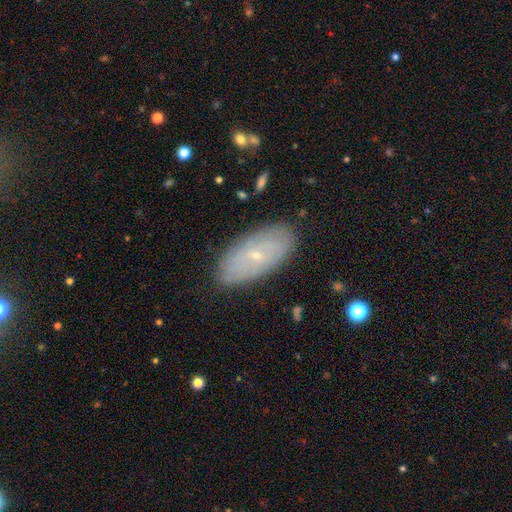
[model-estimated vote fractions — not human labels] This appears to be a smooth galaxy with no disk features (47%). Merging: none (83%).